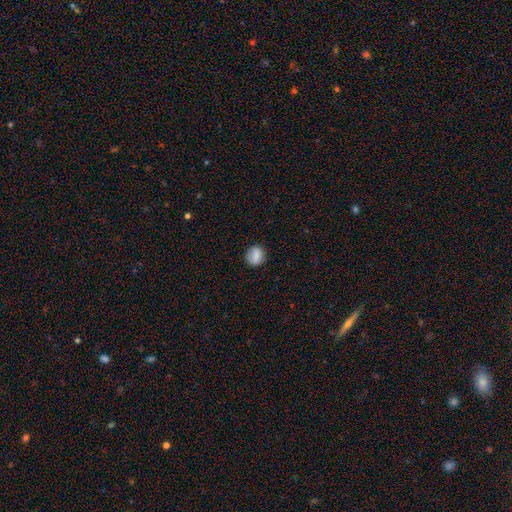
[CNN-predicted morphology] Smooth or featured?
  - smooth: 81% *
  - featured or disk: 11%
  - star or artifact: 9%
How rounded?
  - round: 71% *
  - in between: 27%
  - cigar-shaped: 2%
Merging?
  - none: 82% *
  - minor disturbance: 13%
  - major disturbance: 4%
  - merger: 1%